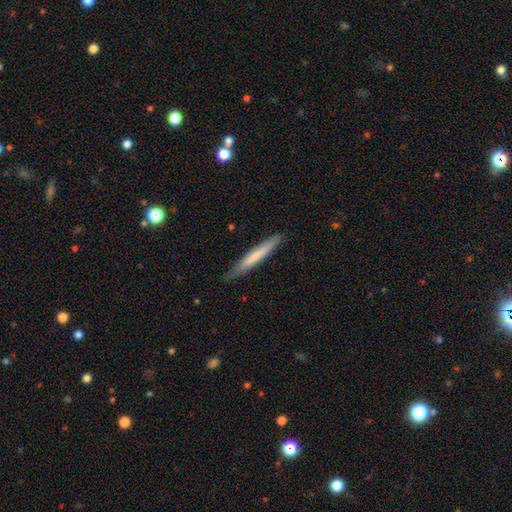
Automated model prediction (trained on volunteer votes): This appears to be a smooth galaxy with no disk features (62%) that is cigar-shaped (96%). Merging: none (87%).